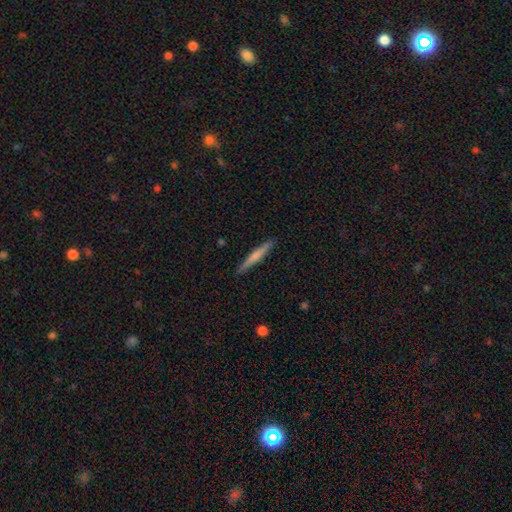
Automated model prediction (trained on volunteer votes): Overall: smooth (61%; featured or disk 34%). How rounded: cigar-shaped (95%). Merging: none (91%).